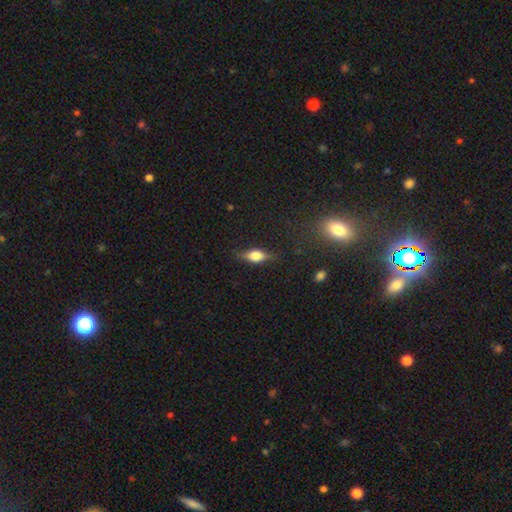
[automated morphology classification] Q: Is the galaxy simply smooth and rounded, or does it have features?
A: smooth — 54%.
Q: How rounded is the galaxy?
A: in between — 67%.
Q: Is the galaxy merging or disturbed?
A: none — 79%.